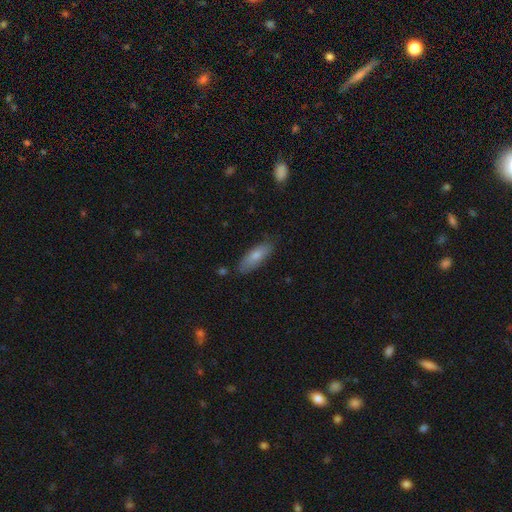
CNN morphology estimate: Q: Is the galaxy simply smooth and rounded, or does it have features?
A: smooth — 75%.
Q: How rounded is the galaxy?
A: in between — 58%.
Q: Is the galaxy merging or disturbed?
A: none — 77%.